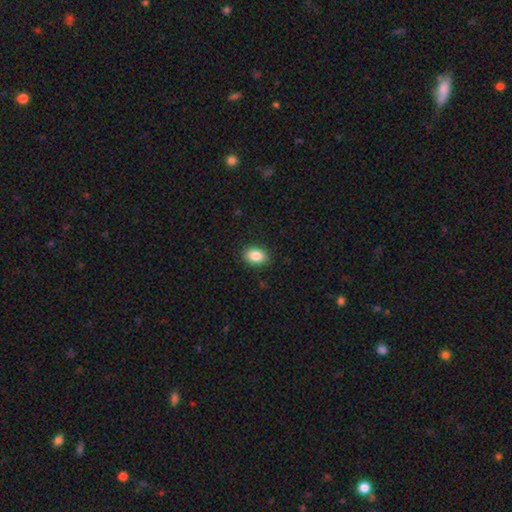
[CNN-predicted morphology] Smooth or featured? Predicted: smooth (p=0.86). How rounded? Predicted: in between (p=0.80). Merging? Predicted: none (p=0.89).